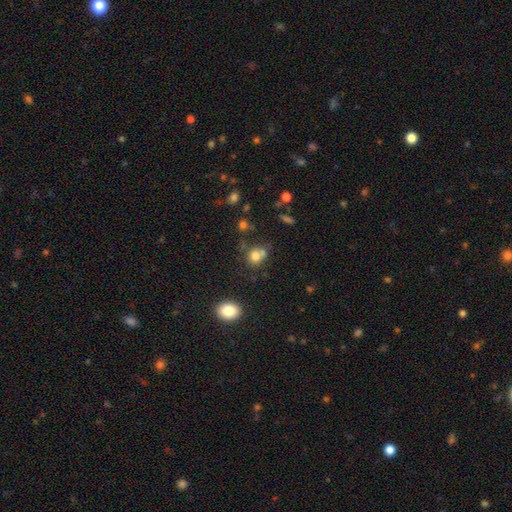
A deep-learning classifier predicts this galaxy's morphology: Overall: smooth (77%). How rounded: round (71%). Merging: none (50%; merger 30%).